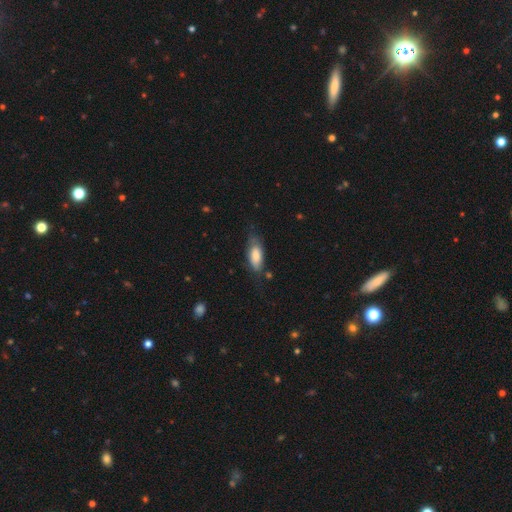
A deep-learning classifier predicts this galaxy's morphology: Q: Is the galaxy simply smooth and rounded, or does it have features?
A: smooth — 76%.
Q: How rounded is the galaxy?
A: in between — 79%.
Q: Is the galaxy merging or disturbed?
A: none — 57%.